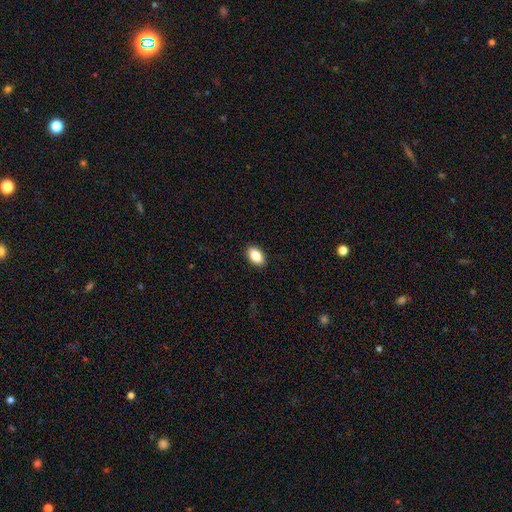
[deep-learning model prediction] This appears to be a smooth galaxy with no disk features (86%) that is in between round and cigar-shaped (92%). Merging: none (90%).